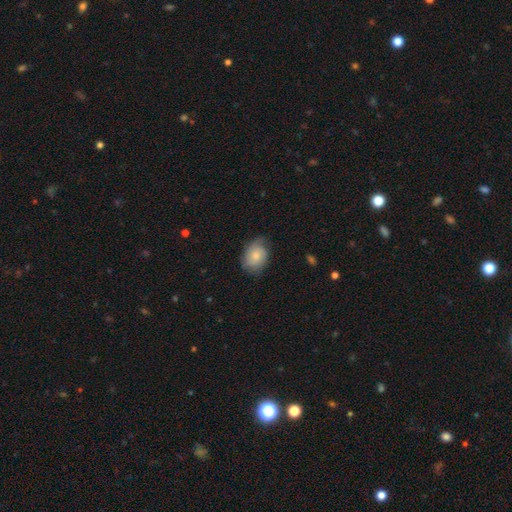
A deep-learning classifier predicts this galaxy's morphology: Overall: smooth (68%). How rounded: in between (69%; round 30%). Merging: none (64%; minor disturbance 28%).